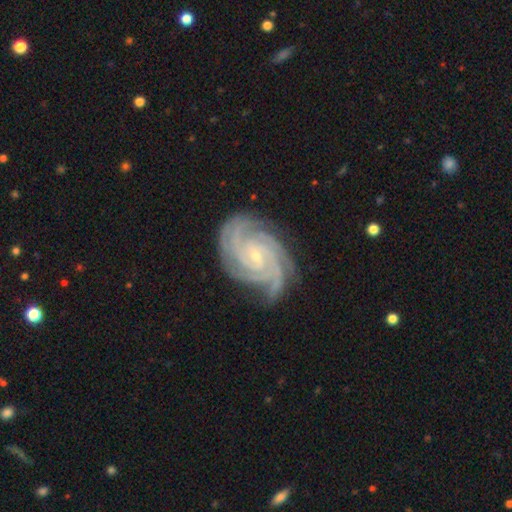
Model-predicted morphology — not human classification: smooth_or_featured: featured or disk (p=0.92) [alt: star or artifact p=0.05]
disk_edge_on: no (p=0.98) [alt: yes p=0.02]
bar: no (p=0.58) [alt: weak p=0.30]
has_spiral_arms: yes (p=0.99) [alt: no p=0.01]
spiral_winding: tight (p=0.80) [alt: medium p=0.18]
spiral_arm_count: 4 (p=0.39) [alt: 3 p=0.24]
bulge_size: small (p=0.80) [alt: moderate p=0.16]
merging: none (p=0.78) [alt: minor disturbance p=0.16]